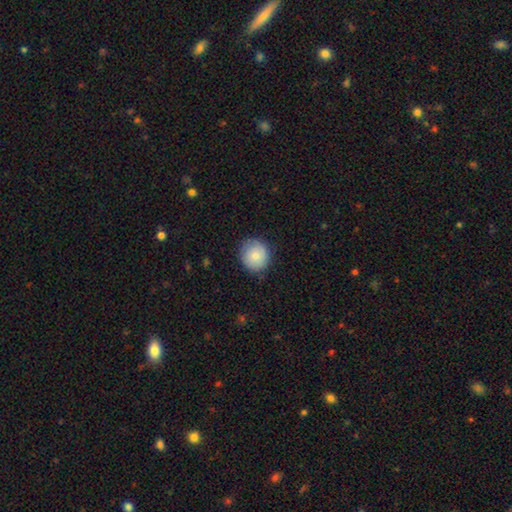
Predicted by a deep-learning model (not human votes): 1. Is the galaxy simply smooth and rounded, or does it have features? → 82% smooth, 11% featured or disk, 8% star or artifact.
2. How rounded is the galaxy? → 88% round, 11% in between, 1% cigar-shaped.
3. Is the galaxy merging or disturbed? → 82% none, 14% minor disturbance, 3% major disturbance, 1% merger.